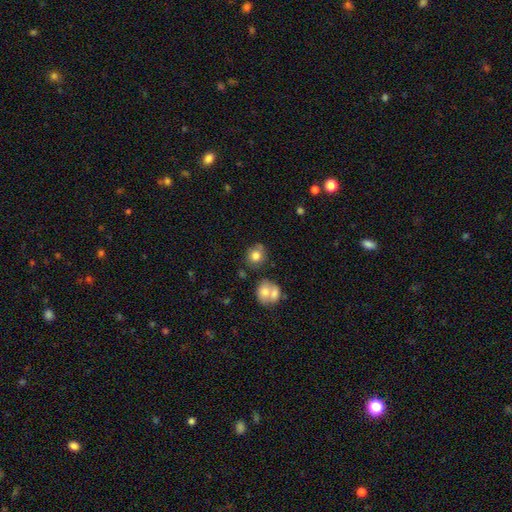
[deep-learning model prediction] Morphology: type=smooth (79%); roundness=round (79%); merging=none (68%).